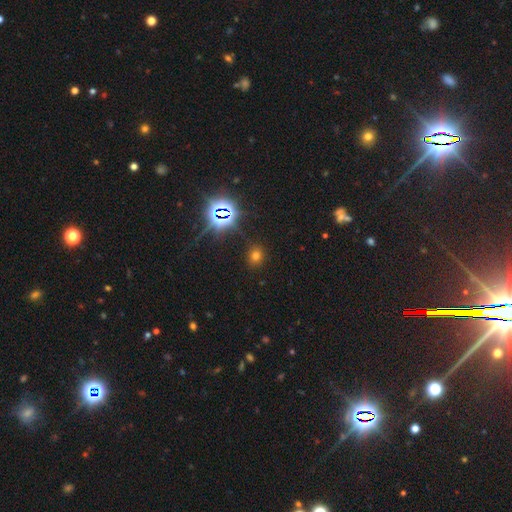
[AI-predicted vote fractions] smooth 60%, star or artifact 32%, featured or disk 7%. Down the decision tree: how rounded — round (75%); merging — none (85%).